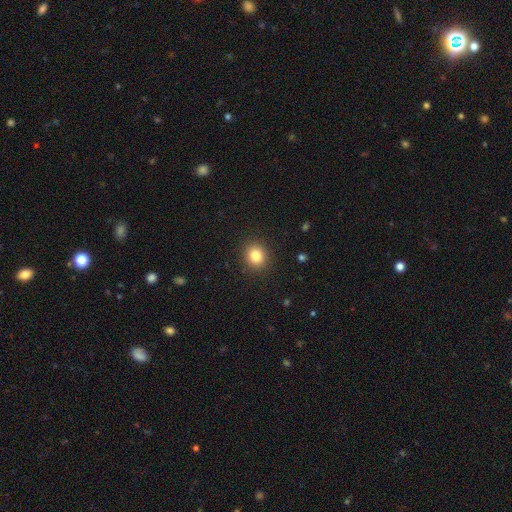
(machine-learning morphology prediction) This is clearly a smooth galaxy (83%). How rounded: clearly round (83%). Merging: clearly none (91%).